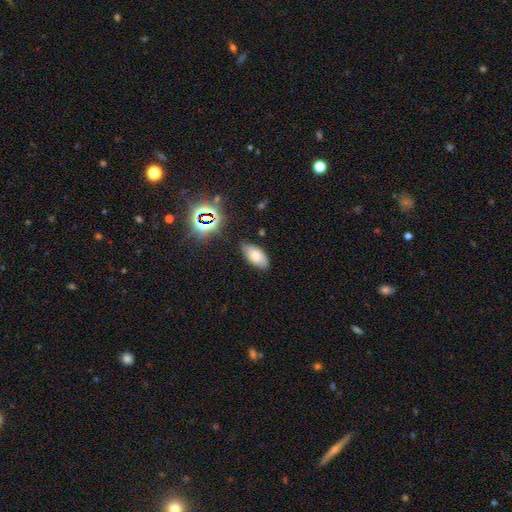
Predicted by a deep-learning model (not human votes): Smooth or featured? smooth (66%)
How rounded? in between (94%)
Merging? none (76%)